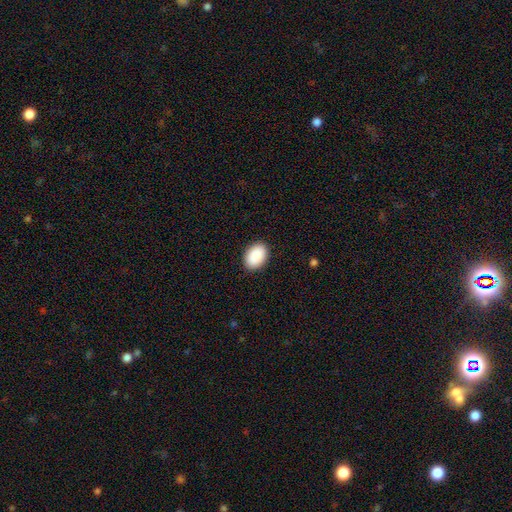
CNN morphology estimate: The model was most divided on "how rounded": in between: 88%, round: 11%, cigar-shaped: 1%. More confident: smooth or featured — smooth (91%); merging — none (90%).